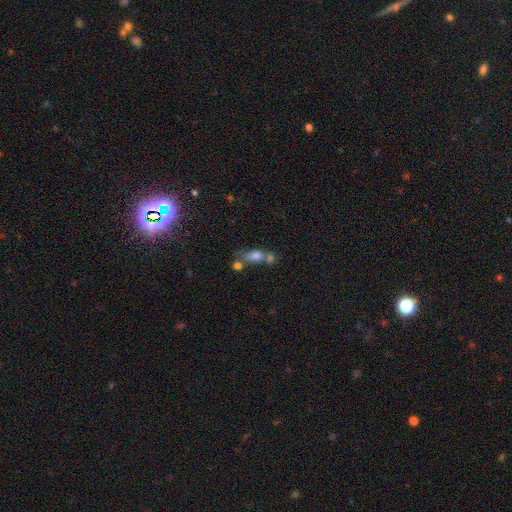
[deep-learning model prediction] Smooth or featured: smooth — 73% (featured or disk — 15%)
How rounded: in between — 68% (round — 23%)
Merging: merger — 50% (none — 32%)